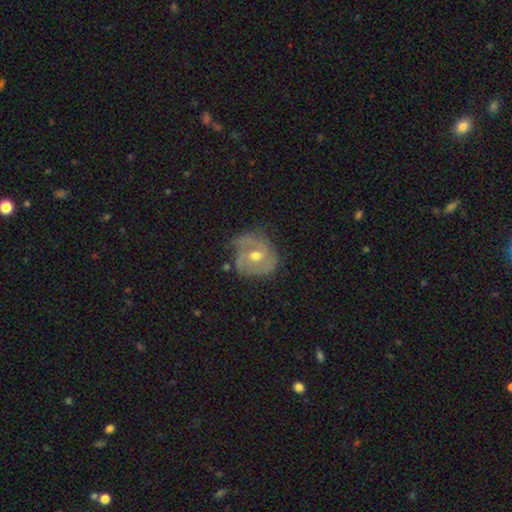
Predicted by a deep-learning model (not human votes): A featured or disk galaxy (70%) with no bar (63%), 2 (39%) tight (46%) spiral arms (81%) and a moderate central bulge (70%).

Vote fractions:
- Smooth or featured? featured or disk: 70% / smooth: 22% / star or artifact: 7%
- Edge-on disk? no: 97% / yes: 3%
- Bar? no: 63% / weak: 30% / strong: 7%
- Spiral arms? yes: 81% / no: 19%
- Spiral winding? tight: 46% / medium: 38% / loose: 16%
- Spiral arm count? 2: 39% / can't tell: 27% / 3: 18% / 1: 9% / 4: 4% / more than 4: 3%
- Bulge size? moderate: 70% / small: 26% / large: 2% / none: 1% / dominant: 1%
- Merging? none: 56% / minor disturbance: 29% / major disturbance: 12% / merger: 3%